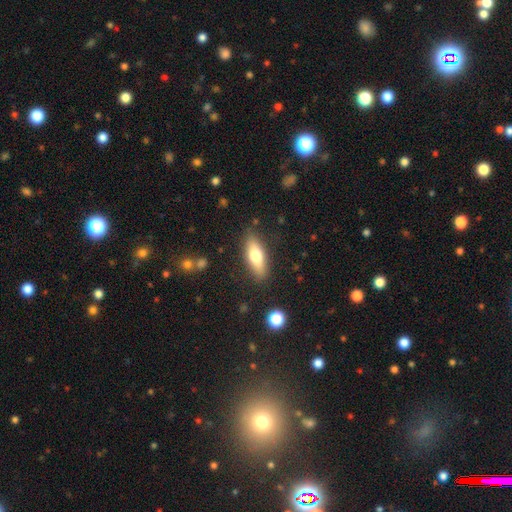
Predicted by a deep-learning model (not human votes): Smooth or featured: smooth — 66% (featured or disk — 27%)
How rounded: in between — 56% (cigar-shaped — 42%)
Merging: none — 85% (minor disturbance — 11%)